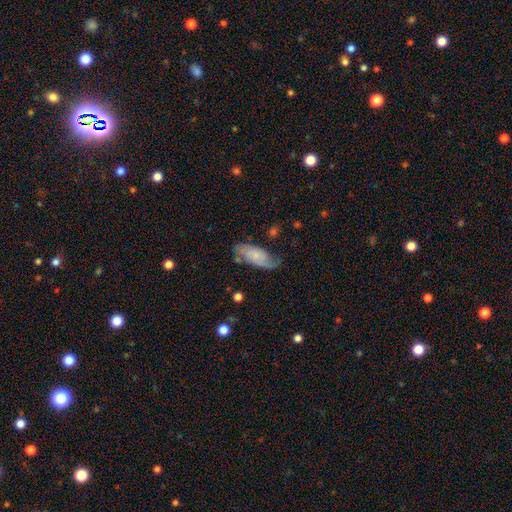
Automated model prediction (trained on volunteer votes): A smooth galaxy with no disk features (47%).

Vote fractions:
- Smooth or featured? smooth: 47% / featured or disk: 46% / star or artifact: 7%
- Merging? none: 64% / minor disturbance: 25% / major disturbance: 8% / merger: 3%